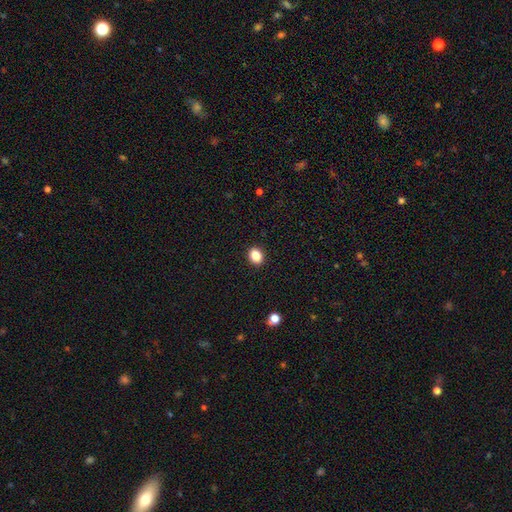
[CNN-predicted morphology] Smooth or featured? Predicted: smooth (p=0.86). How rounded? Predicted: in between (p=0.54). Merging? Predicted: none (p=0.92).